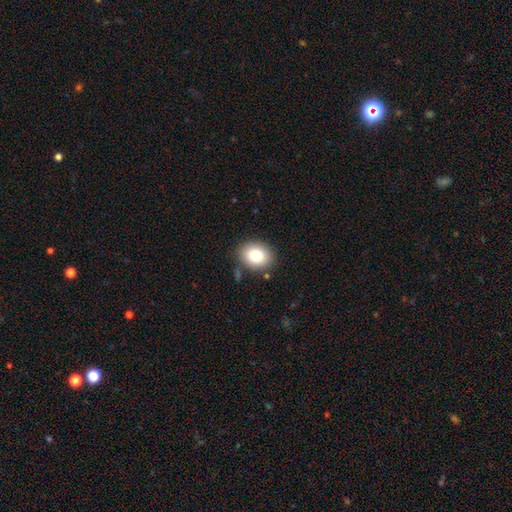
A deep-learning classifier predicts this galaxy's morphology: The model was most divided on "how rounded": in between: 55%, round: 44%, cigar-shaped: 1%. More confident: merging — none (85%); smooth or featured — smooth (82%).